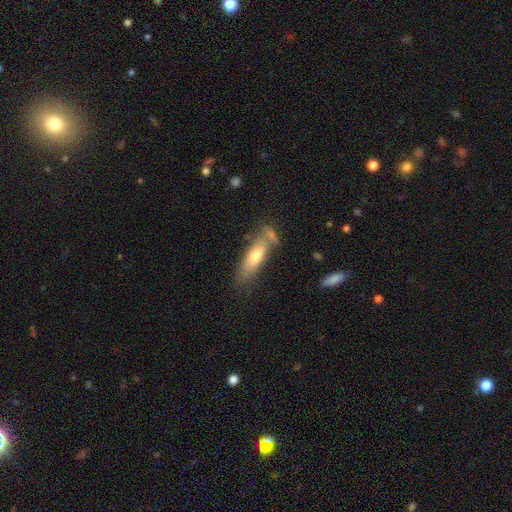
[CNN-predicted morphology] This appears to be a smooth galaxy with no disk features (64%) that is cigar-shaped (49%, tied with in between). Merging: none (59%).